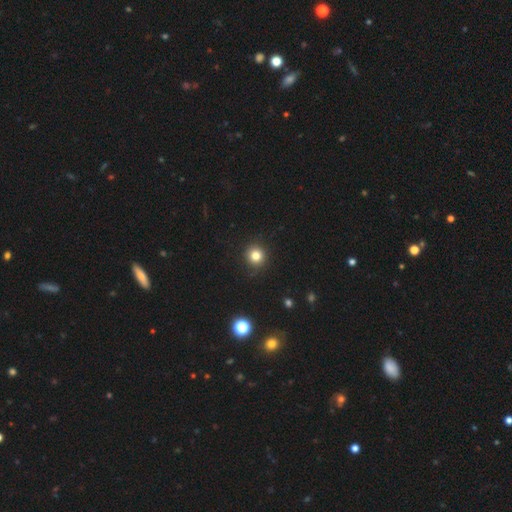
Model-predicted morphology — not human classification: smooth-or-featured: smooth: 81% | star or artifact: 13% | featured or disk: 6%
  how-rounded: round: 93% | in between: 6% | cigar-shaped: 1%
  merging: none: 91% | minor disturbance: 6% | major disturbance: 2% | merger: 1%